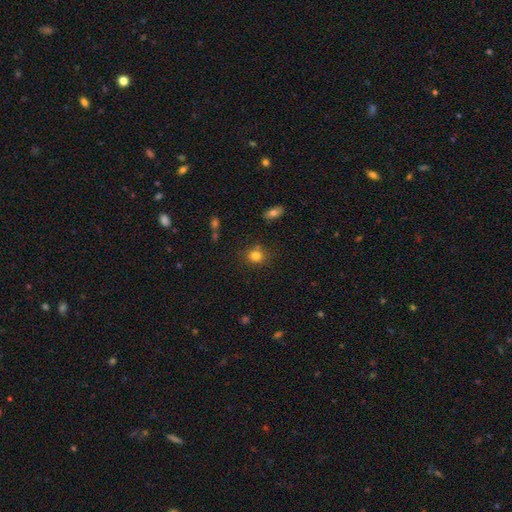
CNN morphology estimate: Q: Smooth or featured?
A: smooth (81%); runner-up: star or artifact (12%)
Q: How rounded?
A: round (73%); runner-up: in between (26%)
Q: Merging?
A: none (79%); runner-up: minor disturbance (13%)